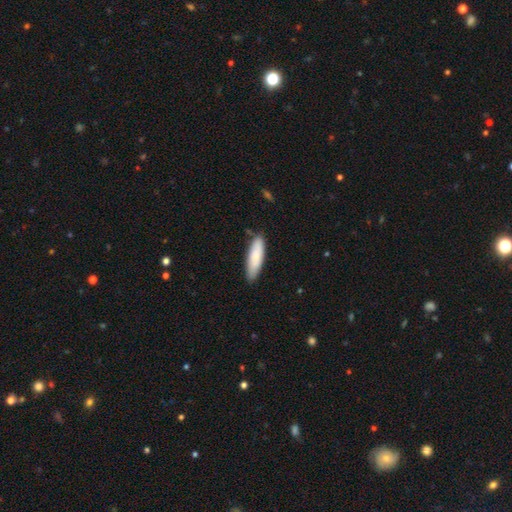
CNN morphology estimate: Q: Smooth or featured?
A: smooth (82%); runner-up: featured or disk (13%)
Q: How rounded?
A: cigar-shaped (55%); runner-up: in between (44%)
Q: Merging?
A: none (82%); runner-up: minor disturbance (15%)